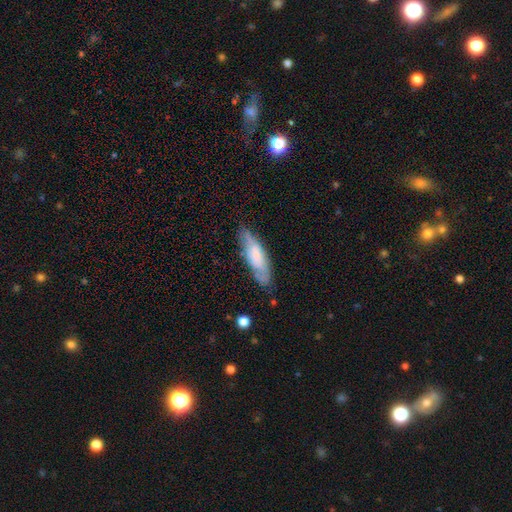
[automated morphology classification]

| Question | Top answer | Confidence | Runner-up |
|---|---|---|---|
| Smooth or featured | smooth | 52% | featured or disk (41%) |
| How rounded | cigar-shaped | 53% | in between (45%) |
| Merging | none | 72% | minor disturbance (21%) |